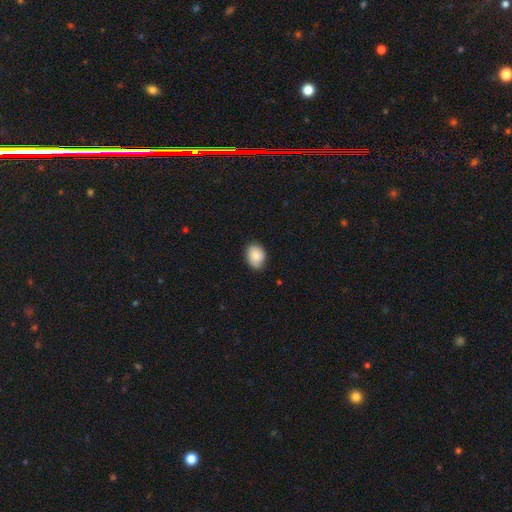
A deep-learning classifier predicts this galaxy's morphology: This appears to be a smooth galaxy with no disk features (82%) that is in between round and cigar-shaped (69%). Merging: none (81%).